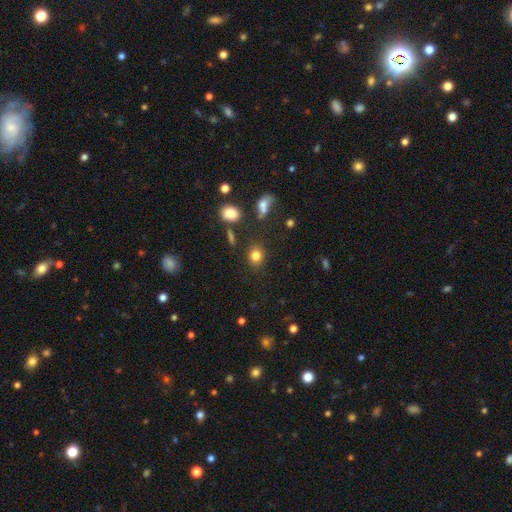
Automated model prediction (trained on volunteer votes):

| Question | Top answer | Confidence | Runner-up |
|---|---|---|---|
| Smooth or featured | smooth | 81% | star or artifact (12%) |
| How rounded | round | 67% | in between (32%) |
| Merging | none | 82% | minor disturbance (10%) |